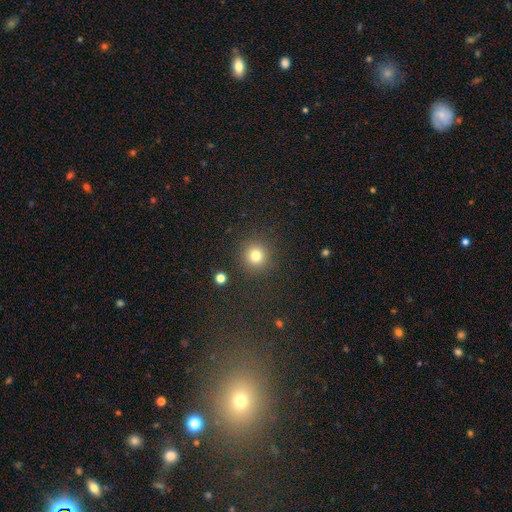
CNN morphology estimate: Overall: smooth (79%). How rounded: round (94%). Merging: none (89%).